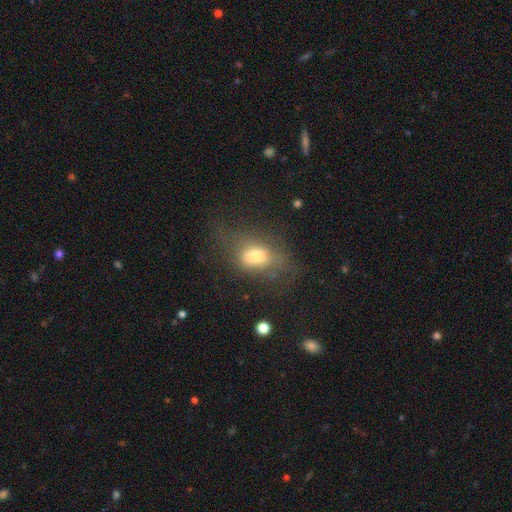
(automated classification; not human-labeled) A smooth galaxy with no disk features (65%) that is in between round and cigar-shaped (78%). Merging: none (37%).